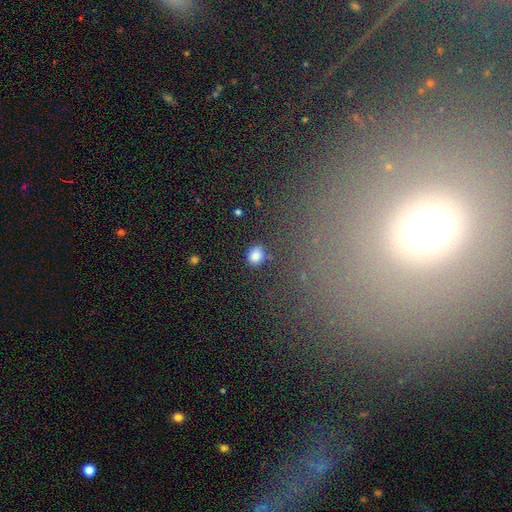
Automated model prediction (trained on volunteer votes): smooth_or_featured: smooth (p=0.82) [alt: star or artifact p=0.12]
how_rounded: round (p=0.62) [alt: in between p=0.36]
merging: none (p=0.82) [alt: minor disturbance p=0.11]